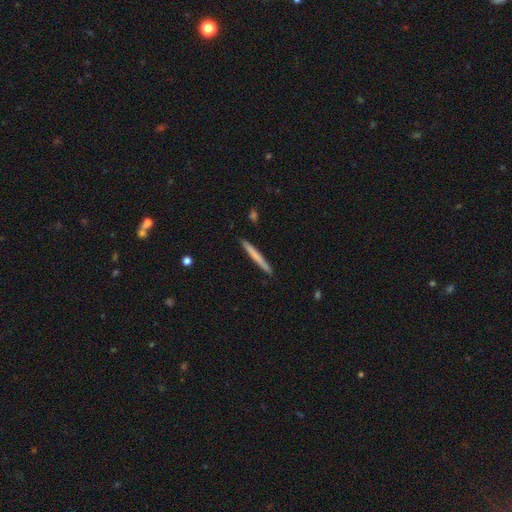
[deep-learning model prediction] Overall: smooth (68%). How rounded: cigar-shaped (97%). Merging: none (92%).